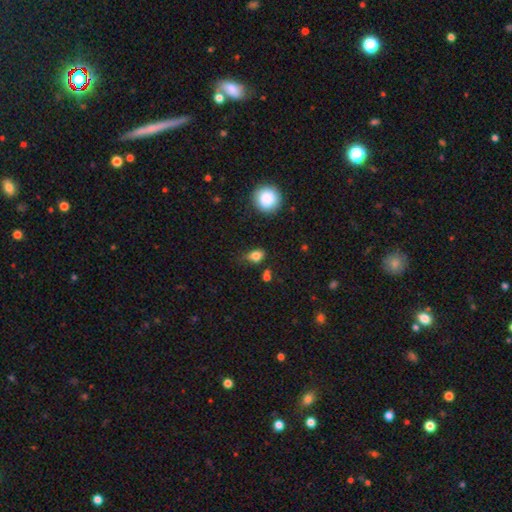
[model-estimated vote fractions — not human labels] Smooth or featured?
  - smooth: 82% *
  - star or artifact: 11%
  - featured or disk: 8%
How rounded?
  - in between: 71% *
  - round: 27%
  - cigar-shaped: 3%
Merging?
  - none: 51% *
  - minor disturbance: 33%
  - major disturbance: 12%
  - merger: 5%